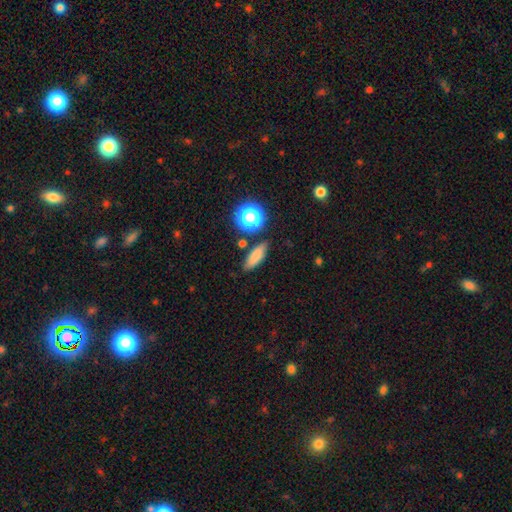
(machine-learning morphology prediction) Smooth or featured?
  - smooth: 78% *
  - star or artifact: 12%
  - featured or disk: 9%
How rounded?
  - in between: 53% *
  - cigar-shaped: 35%
  - round: 12%
Merging?
  - none: 80% *
  - minor disturbance: 12%
  - merger: 5%
  - major disturbance: 3%